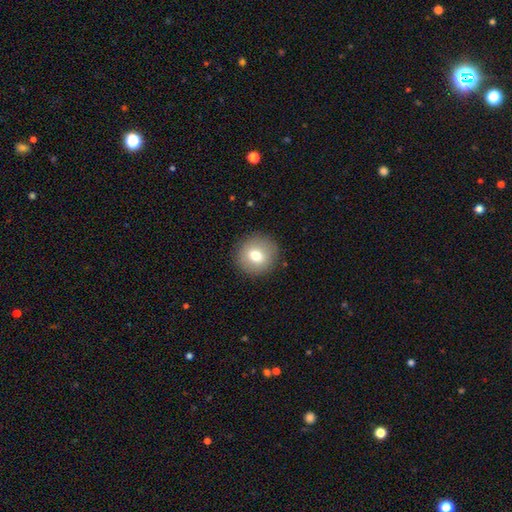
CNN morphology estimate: This appears to be a smooth galaxy with no disk features (74%) that is round (90%). Merging: none (89%).